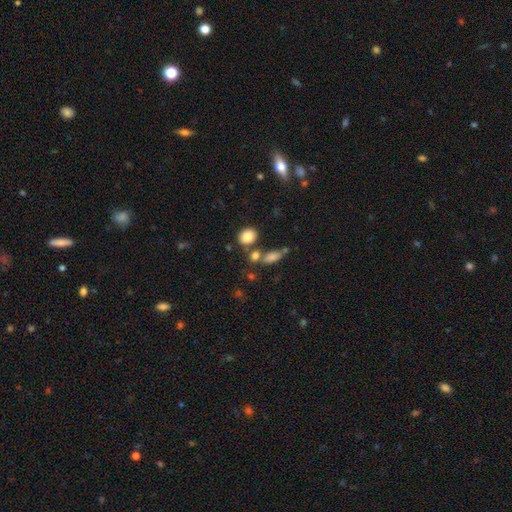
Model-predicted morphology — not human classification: Q: Smooth or featured?
A: smooth (80%); runner-up: star or artifact (12%)
Q: How rounded?
A: in between (48%); runner-up: round (46%)
Q: Merging?
A: none (55%); runner-up: merger (28%)